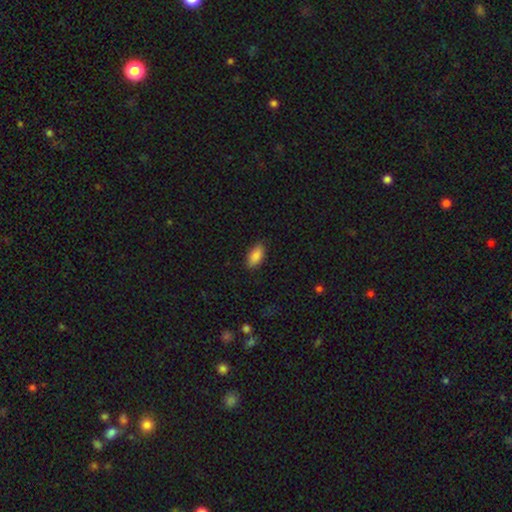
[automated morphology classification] Smooth or featured? Predicted: smooth (p=0.87). How rounded? Predicted: in between (p=0.92). Merging? Predicted: none (p=0.85).